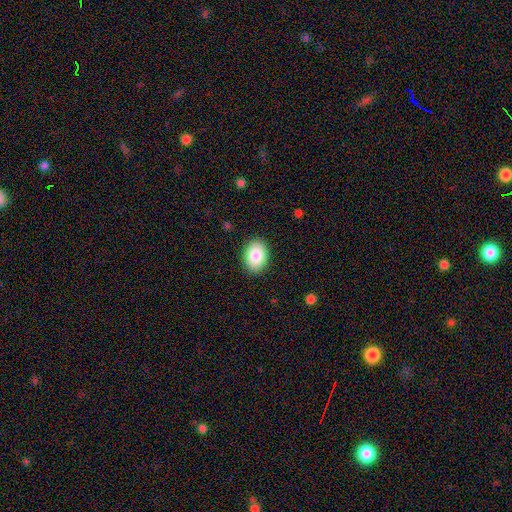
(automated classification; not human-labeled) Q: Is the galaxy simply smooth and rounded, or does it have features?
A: smooth — 85%.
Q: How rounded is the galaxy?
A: in between — 76%.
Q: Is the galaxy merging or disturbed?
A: none — 89%.